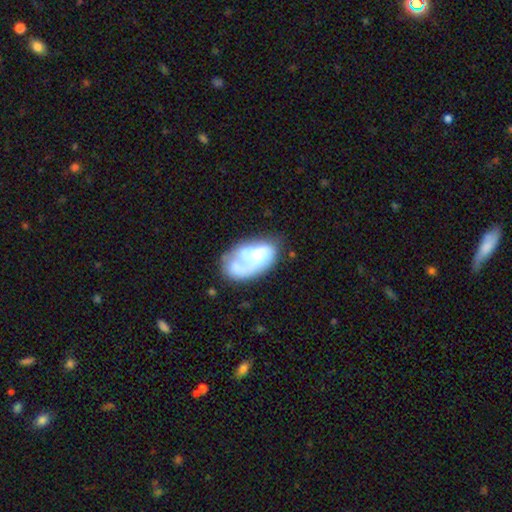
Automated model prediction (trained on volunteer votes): smooth-or-featured: smooth: 48% | featured or disk: 45% | star or artifact: 7%
  merging: none: 33% | merger: 24% | minor disturbance: 24% | major disturbance: 19%